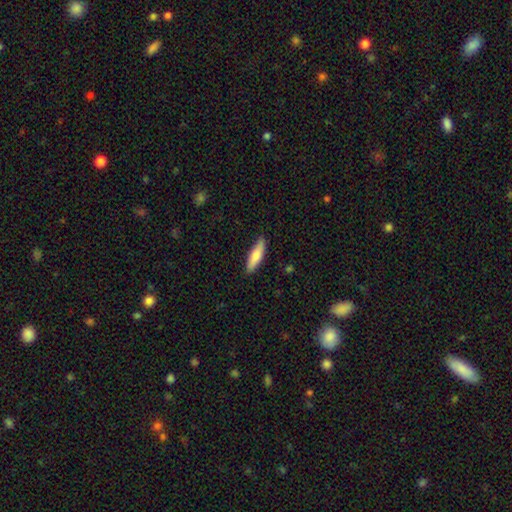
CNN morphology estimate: type=smooth (77%); roundness=cigar-shaped (62%); merging=none (87%).